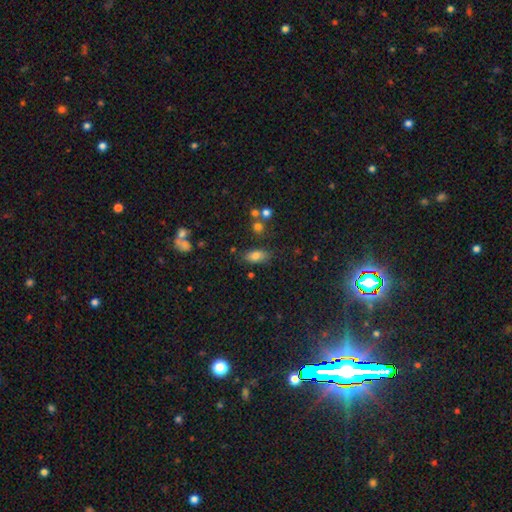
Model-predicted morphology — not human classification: This appears to be a smooth galaxy with no disk features (78%) that is in between round and cigar-shaped (85%). Merging: none (75%).